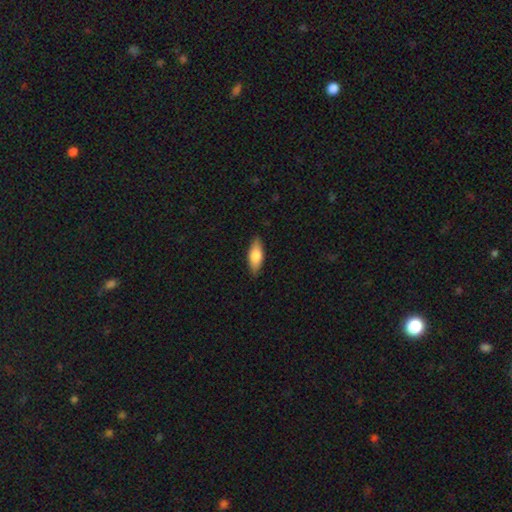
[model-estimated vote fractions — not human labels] Smooth or featured: smooth — 74% (featured or disk — 20%)
How rounded: in between — 75% (cigar-shaped — 22%)
Merging: none — 87% (minor disturbance — 10%)